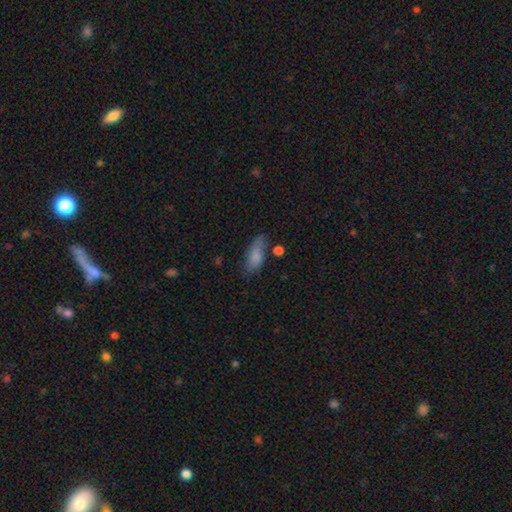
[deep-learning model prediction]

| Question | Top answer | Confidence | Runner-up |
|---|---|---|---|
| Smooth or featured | smooth | 80% | featured or disk (13%) |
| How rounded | in between | 77% | cigar-shaped (20%) |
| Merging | none | 61% | minor disturbance (25%) |